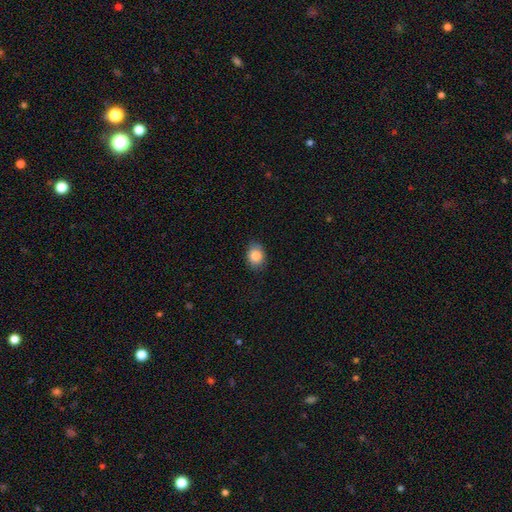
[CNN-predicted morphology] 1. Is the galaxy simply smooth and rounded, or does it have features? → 84% smooth, 9% star or artifact, 7% featured or disk.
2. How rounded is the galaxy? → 58% in between, 41% round, 1% cigar-shaped.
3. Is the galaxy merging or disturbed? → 84% none, 13% minor disturbance, 2% major disturbance, 1% merger.